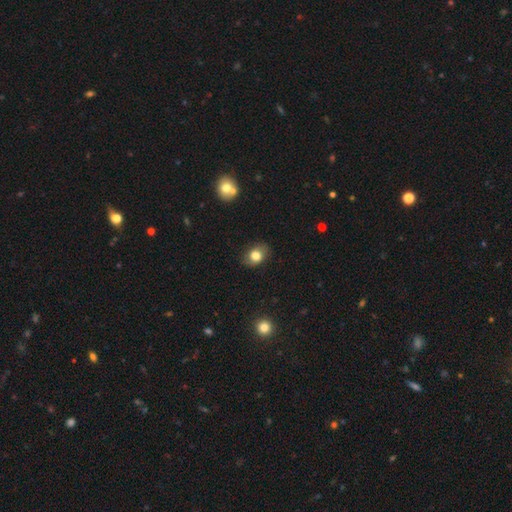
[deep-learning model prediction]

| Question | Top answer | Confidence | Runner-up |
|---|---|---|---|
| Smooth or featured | smooth | 79% | featured or disk (12%) |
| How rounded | in between | 64% | round (35%) |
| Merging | none | 81% | minor disturbance (14%) |